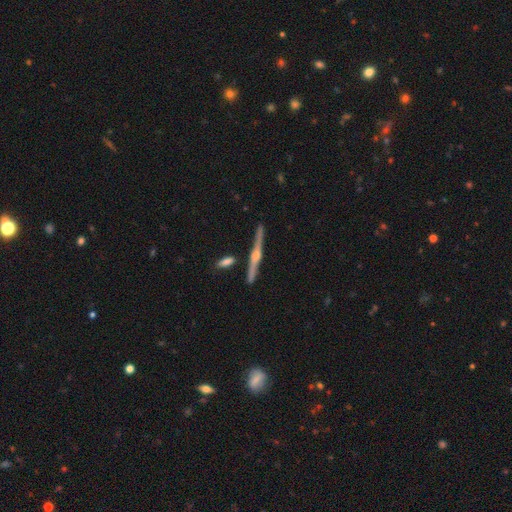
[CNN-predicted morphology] Smooth or featured?
  - featured or disk: 85% *
  - smooth: 10%
  - star or artifact: 5%
Edge-on disk?
  - yes: 98% *
  - no: 2%
Edge-on bulge?
  - rounded: 90% *
  - none: 5%
  - boxy: 5%
Merging?
  - none: 87% *
  - minor disturbance: 8%
  - merger: 4%
  - major disturbance: 2%